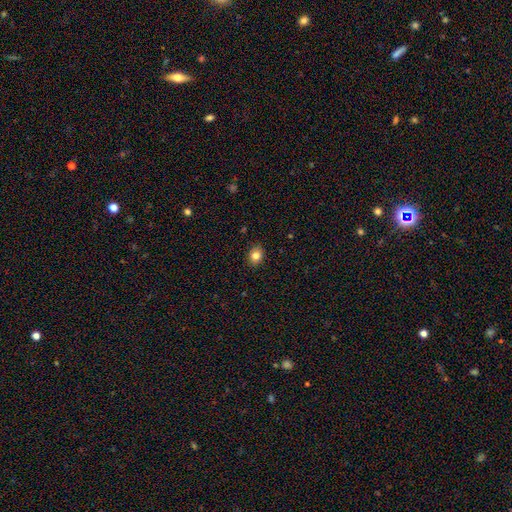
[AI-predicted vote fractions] Smooth or featured?
  - smooth: 82% *
  - star or artifact: 10%
  - featured or disk: 8%
How rounded?
  - in between: 50% *
  - round: 49%
  - cigar-shaped: 1%
Merging?
  - none: 89% *
  - minor disturbance: 8%
  - major disturbance: 2%
  - merger: 1%